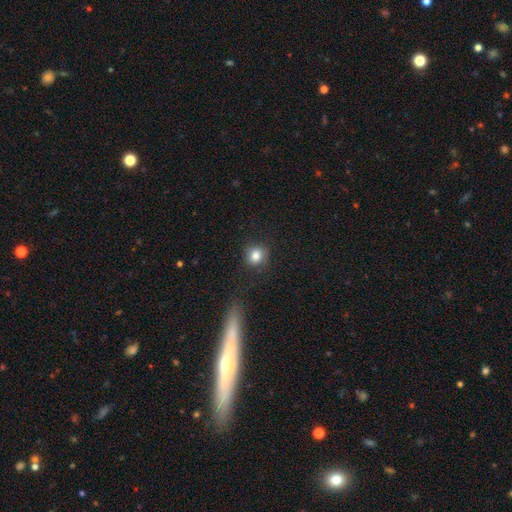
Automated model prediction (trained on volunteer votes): Smooth or featured? Predicted: smooth (p=0.83). How rounded? Predicted: round (p=0.82). Merging? Predicted: none (p=0.81).